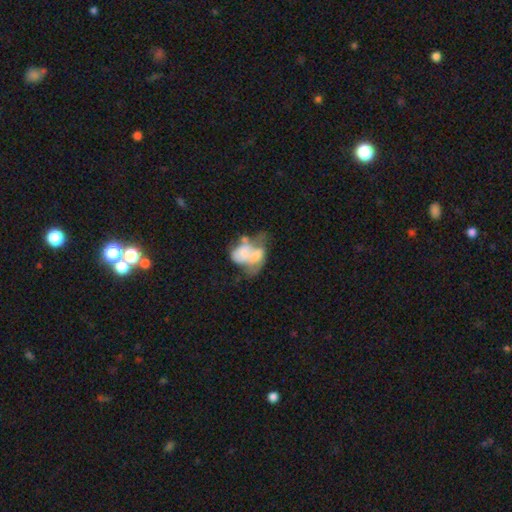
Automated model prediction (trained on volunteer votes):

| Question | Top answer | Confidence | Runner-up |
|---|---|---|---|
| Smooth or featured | featured or disk | 47% | smooth (44%) |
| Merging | merger | 63% | major disturbance (18%) |